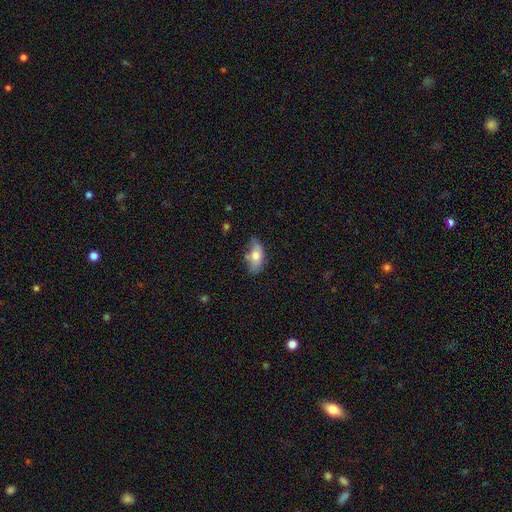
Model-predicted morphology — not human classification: Q: Smooth or featured?
A: smooth (67%); runner-up: featured or disk (25%)
Q: How rounded?
A: in between (89%); runner-up: cigar-shaped (6%)
Q: Merging?
A: none (52%); runner-up: minor disturbance (33%)